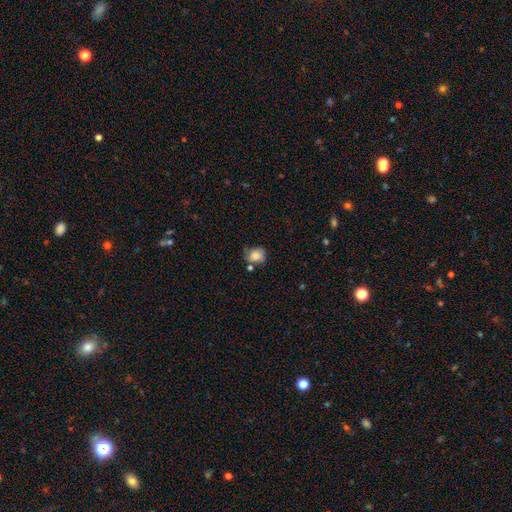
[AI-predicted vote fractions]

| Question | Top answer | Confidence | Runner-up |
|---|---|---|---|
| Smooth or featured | smooth | 80% | featured or disk (11%) |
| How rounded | round | 71% | in between (28%) |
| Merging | none | 55% | minor disturbance (27%) |